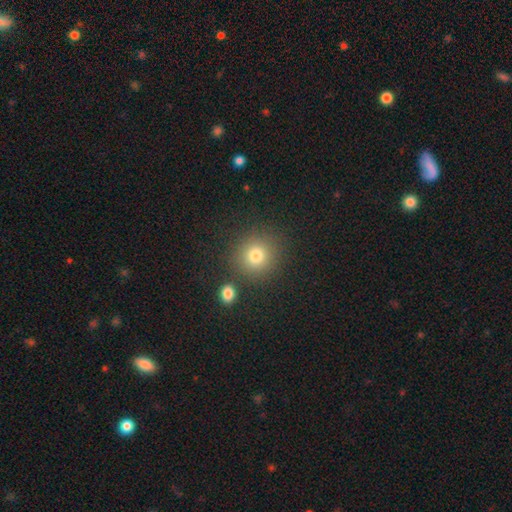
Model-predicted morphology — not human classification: Smooth or featured? smooth (78%)
How rounded? round (89%)
Merging? none (83%)